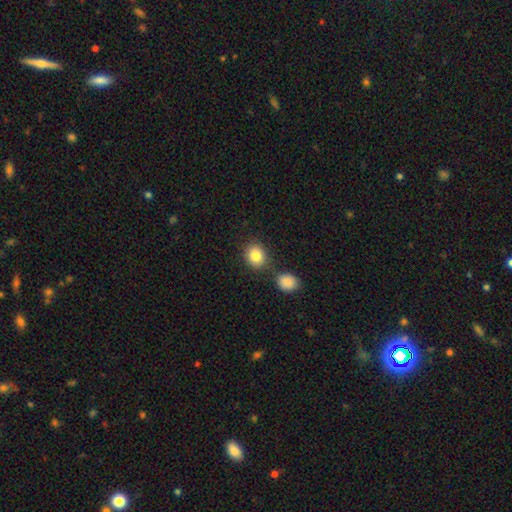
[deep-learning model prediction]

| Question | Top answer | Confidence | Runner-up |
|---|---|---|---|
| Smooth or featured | smooth | 84% | star or artifact (9%) |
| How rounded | round | 68% | in between (31%) |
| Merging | none | 71% | merger (16%) |